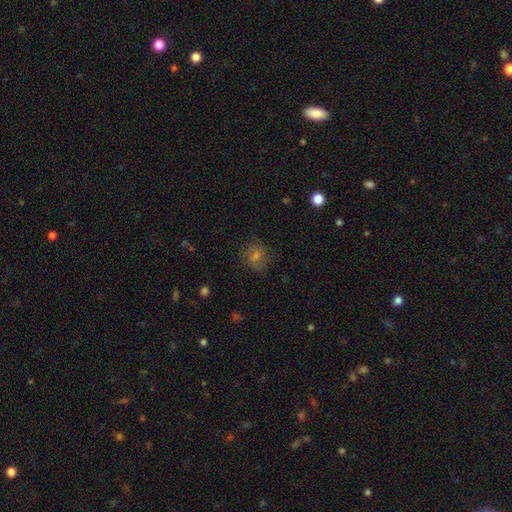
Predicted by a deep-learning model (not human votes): Overall: smooth (45%; featured or disk 34%). Merging: none (76%).